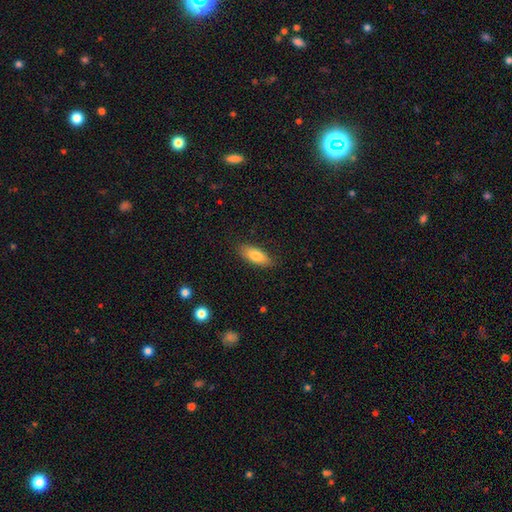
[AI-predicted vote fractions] A smooth galaxy with no disk features (79%) that is in between round and cigar-shaped (77%). Merging: none (84%).